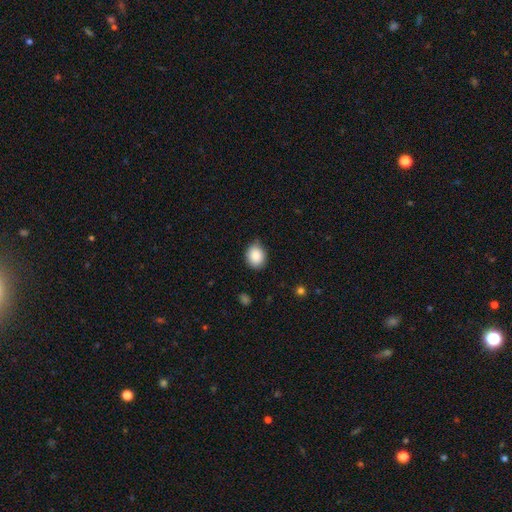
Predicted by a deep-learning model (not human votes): This is clearly a smooth galaxy (85%). How rounded: likely round (61%). Merging: likely none (76%).